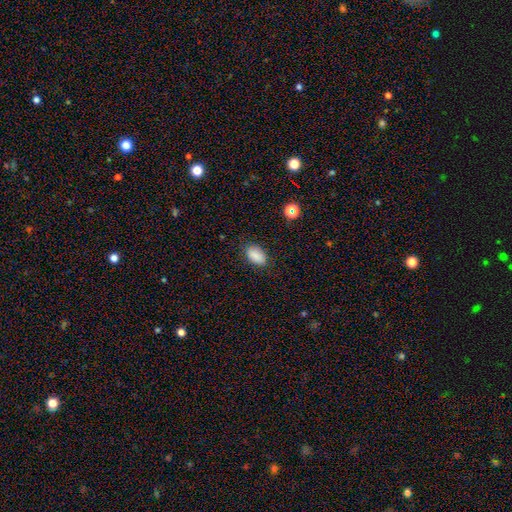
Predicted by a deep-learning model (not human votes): A smooth galaxy with no disk features (87%) that is in between round and cigar-shaped (91%).

Vote fractions:
- Smooth or featured? smooth: 87% / star or artifact: 9% / featured or disk: 4%
- How rounded? in between: 91% / round: 7% / cigar-shaped: 2%
- Merging? none: 83% / minor disturbance: 13% / major disturbance: 3% / merger: 1%